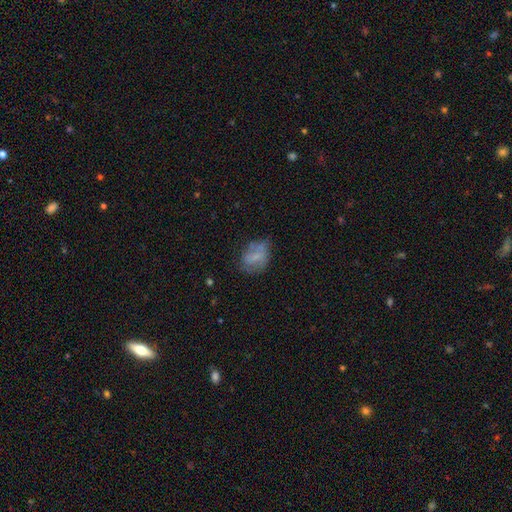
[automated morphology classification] Smooth or featured? smooth (58%)
How rounded? in between (68%)
Merging? none (45%)